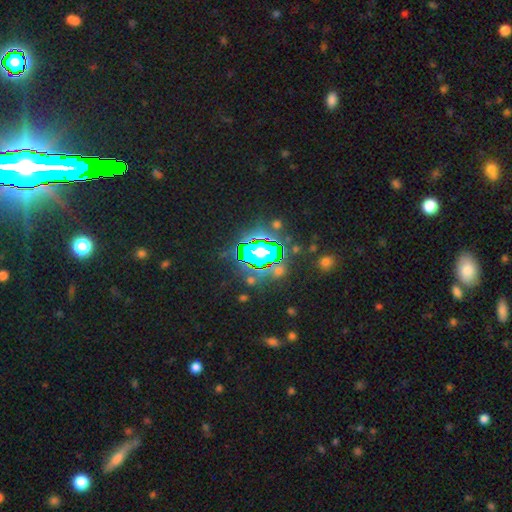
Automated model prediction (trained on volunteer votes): Smooth or featured?
  - star or artifact: 78% *
  - smooth: 13%
  - featured or disk: 9%